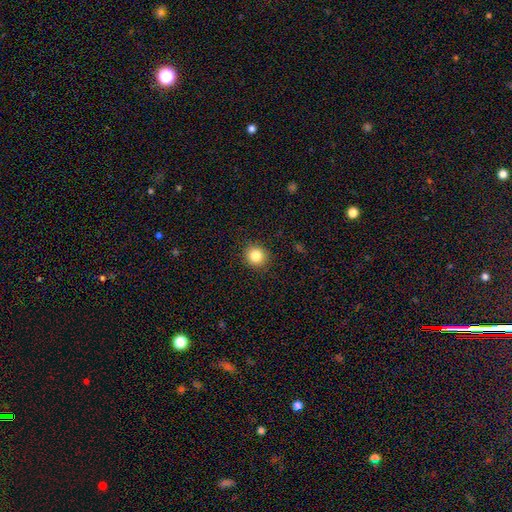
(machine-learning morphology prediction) smooth 84%, star or artifact 11%, featured or disk 6%. Down the decision tree: how rounded — round (92%); merging — none (91%).